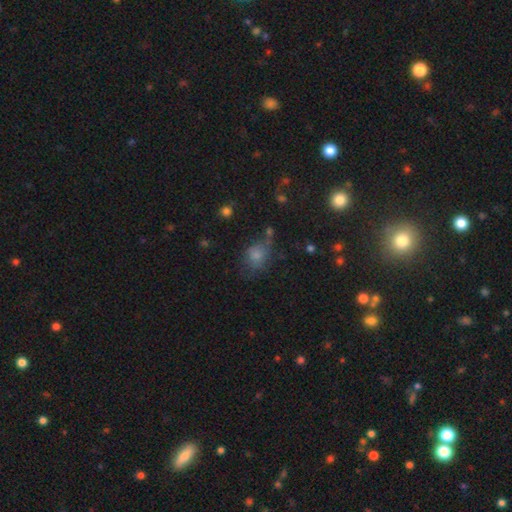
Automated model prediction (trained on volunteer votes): smooth_or_featured: smooth (p=0.65) [alt: star or artifact p=0.21]
how_rounded: in between (p=0.51) [alt: round p=0.48]
merging: none (p=0.52) [alt: minor disturbance p=0.26]